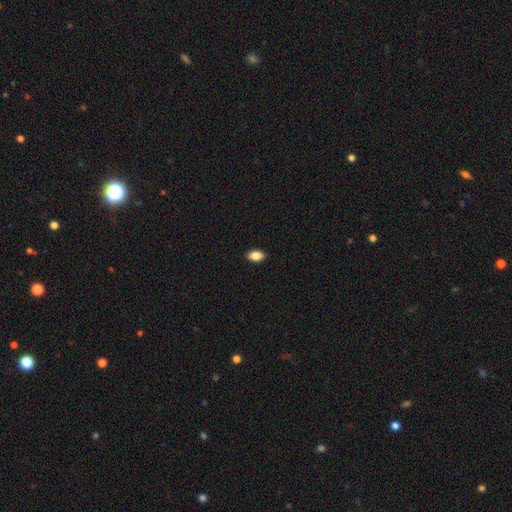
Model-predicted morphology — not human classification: A smooth galaxy with no disk features (87%) that is in between round and cigar-shaped (90%).

Vote fractions:
- Smooth or featured? smooth: 87% / star or artifact: 8% / featured or disk: 5%
- How rounded? in between: 90% / round: 7% / cigar-shaped: 2%
- Merging? none: 90% / minor disturbance: 7% / major disturbance: 2% / merger: 1%